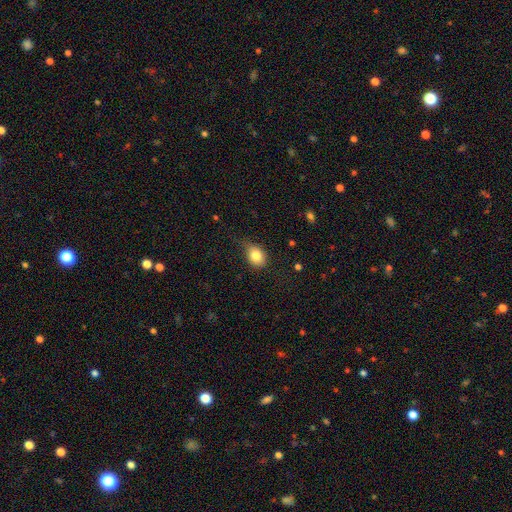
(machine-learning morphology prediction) This appears to be a smooth galaxy with no disk features (82%) that is in between round and cigar-shaped (58%). Merging: none (57%).